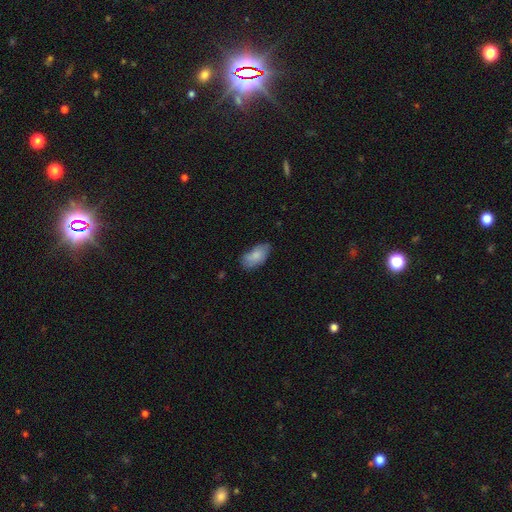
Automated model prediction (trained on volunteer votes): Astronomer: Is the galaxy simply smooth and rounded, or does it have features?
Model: smooth — 79%.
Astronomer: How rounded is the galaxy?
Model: in between — 93%.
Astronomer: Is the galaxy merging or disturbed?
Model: none — 62%.